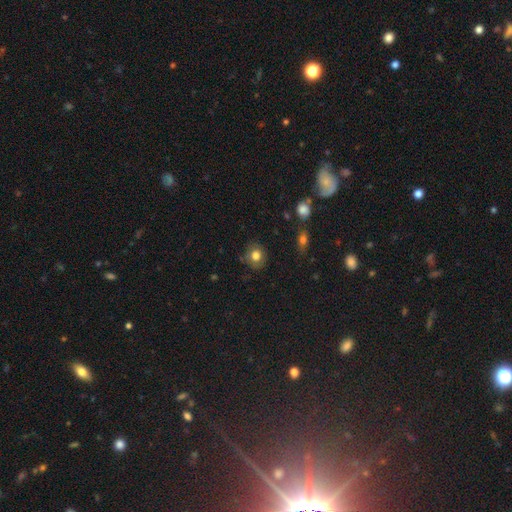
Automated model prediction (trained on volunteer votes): The model was most divided on "how rounded": round: 77%, in between: 22%, cigar-shaped: 1%. More confident: merging — none (79%); smooth or featured — smooth (78%).